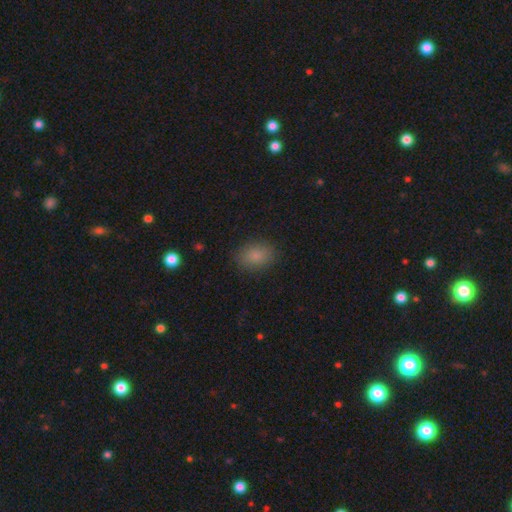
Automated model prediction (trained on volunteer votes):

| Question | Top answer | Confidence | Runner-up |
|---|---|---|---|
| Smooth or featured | smooth | 83% | star or artifact (10%) |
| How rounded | in between | 77% | round (22%) |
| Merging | none | 86% | minor disturbance (10%) |